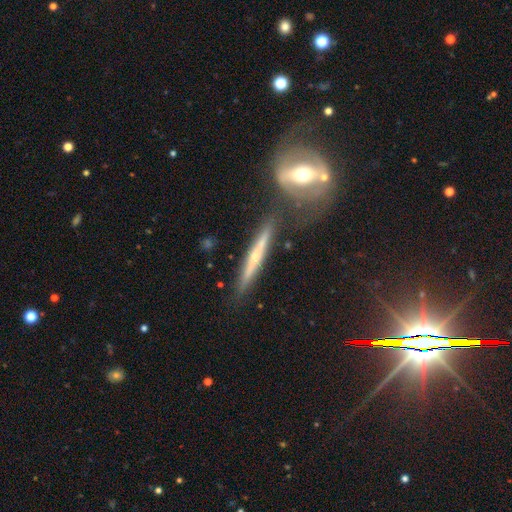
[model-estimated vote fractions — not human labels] Smooth or featured? Predicted: featured or disk (p=0.63). Edge-on disk? Predicted: yes (p=0.95). Edge-on bulge? Predicted: rounded (p=0.58). Merging? Predicted: none (p=0.80).